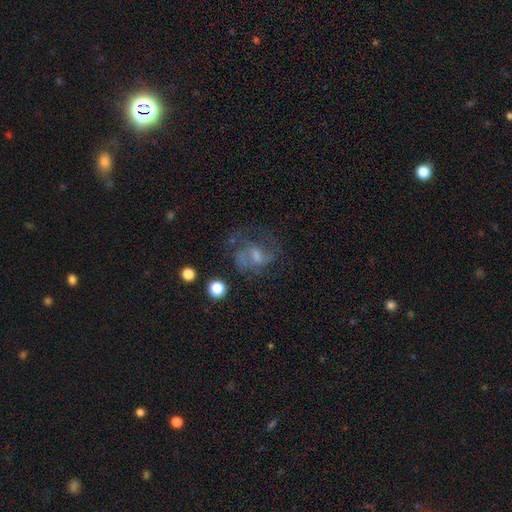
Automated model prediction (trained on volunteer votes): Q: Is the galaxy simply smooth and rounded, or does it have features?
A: featured or disk — 63%.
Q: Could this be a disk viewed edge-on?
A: no — 97%.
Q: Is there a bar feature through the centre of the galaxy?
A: no — 52%.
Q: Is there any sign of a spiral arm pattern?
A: yes — 75%.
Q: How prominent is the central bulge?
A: small — 38%.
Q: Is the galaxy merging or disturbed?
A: none — 48%.